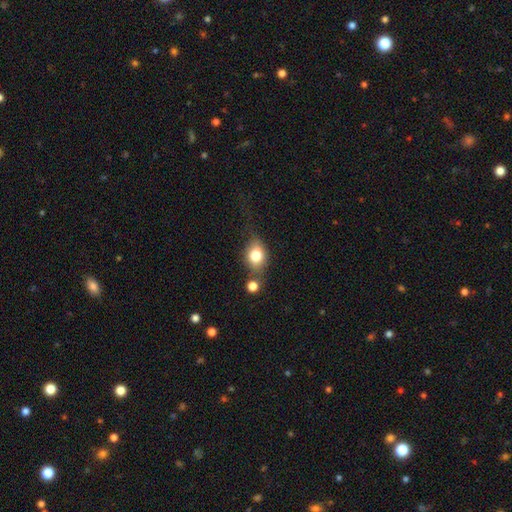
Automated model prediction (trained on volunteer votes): Smooth or featured: smooth — 75% (featured or disk — 16%)
How rounded: in between — 61% (round — 37%)
Merging: none — 53% (minor disturbance — 20%)